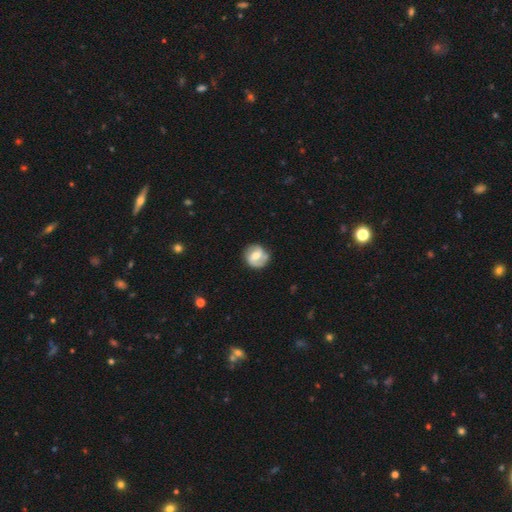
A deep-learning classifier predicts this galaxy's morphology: Smooth or featured? featured or disk (65%)
Edge-on disk? no (98%)
Bar? weak (48%)
Spiral arms? yes (88%)
Spiral winding? medium (44%)
Spiral arm count? 2 (79%)
Bulge size? moderate (63%)
Merging? none (75%)